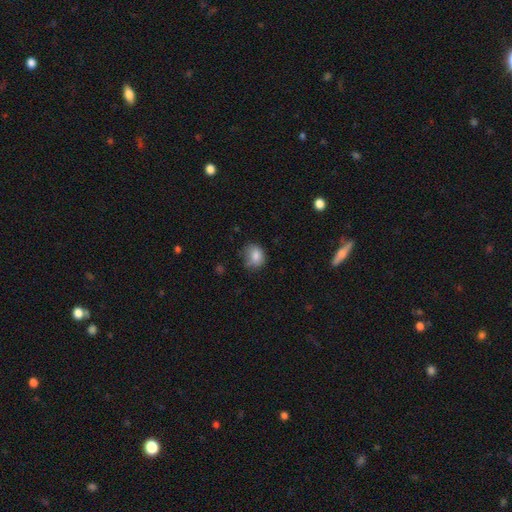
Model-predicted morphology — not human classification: This is clearly a smooth galaxy (82%). How rounded: possibly round (59%). Merging: likely none (61%).